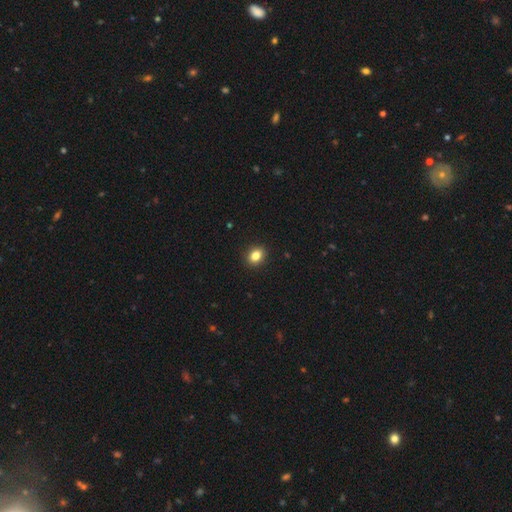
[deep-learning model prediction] Smooth or featured: smooth — 84% (star or artifact — 10%)
How rounded: round — 53% (in between — 46%)
Merging: none — 91% (minor disturbance — 6%)